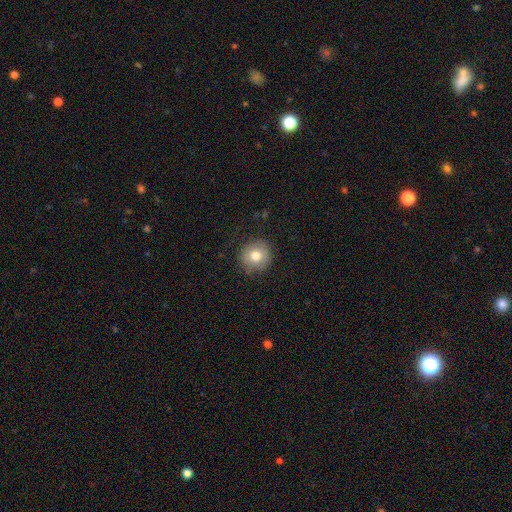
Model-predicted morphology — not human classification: smooth 77%, featured or disk 14%, star or artifact 10%. Down the decision tree: how rounded — round (92%); merging — none (86%).